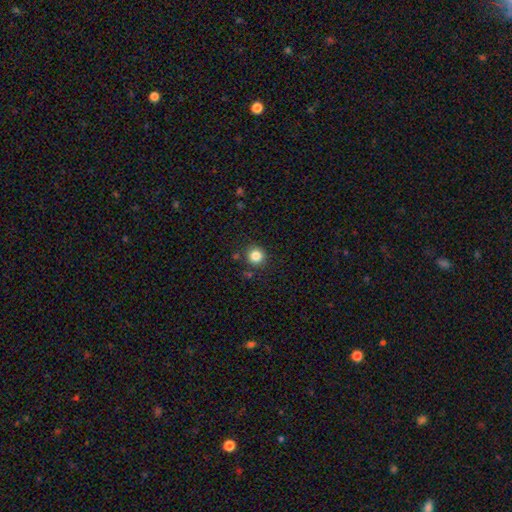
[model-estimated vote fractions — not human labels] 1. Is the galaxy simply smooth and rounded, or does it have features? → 84% smooth, 12% star or artifact, 5% featured or disk.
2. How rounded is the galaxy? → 94% round, 5% in between, 1% cigar-shaped.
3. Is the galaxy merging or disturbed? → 87% none, 7% minor disturbance, 3% merger, 3% major disturbance.